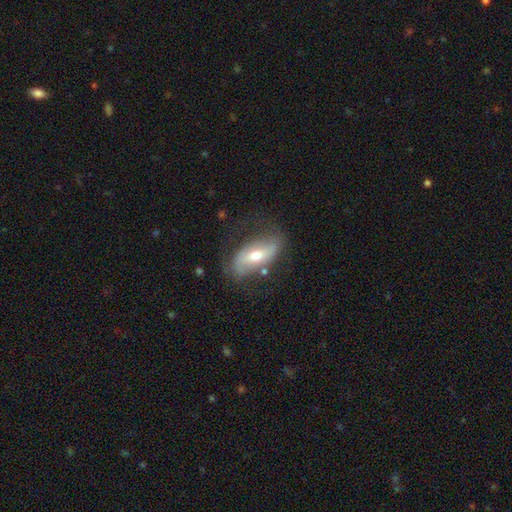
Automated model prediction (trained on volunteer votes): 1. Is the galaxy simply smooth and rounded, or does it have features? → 57% featured or disk, 35% smooth, 8% star or artifact.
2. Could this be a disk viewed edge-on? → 84% no, 16% yes.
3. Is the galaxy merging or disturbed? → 62% none, 23% minor disturbance, 12% major disturbance, 3% merger.